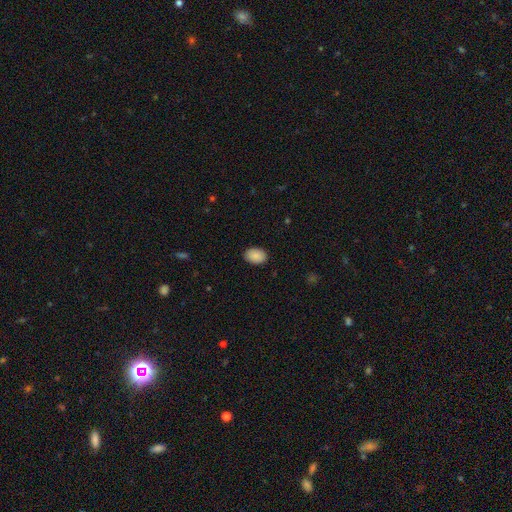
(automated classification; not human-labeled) A smooth galaxy with no disk features (90%) that is in between round and cigar-shaped (83%). Merging: none (89%).